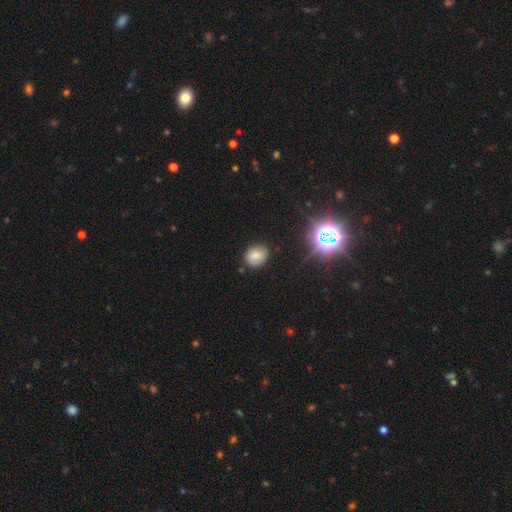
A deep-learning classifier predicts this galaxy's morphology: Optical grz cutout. It shows a smooth galaxy with no disk features (75%) that is round (58%). Merging: none (83%).